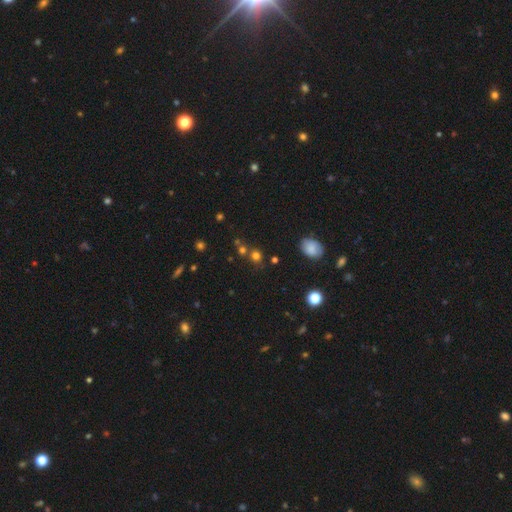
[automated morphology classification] smooth 67%, star or artifact 25%, featured or disk 8%. Down the decision tree: how rounded — round (85%); merging — none (68%).